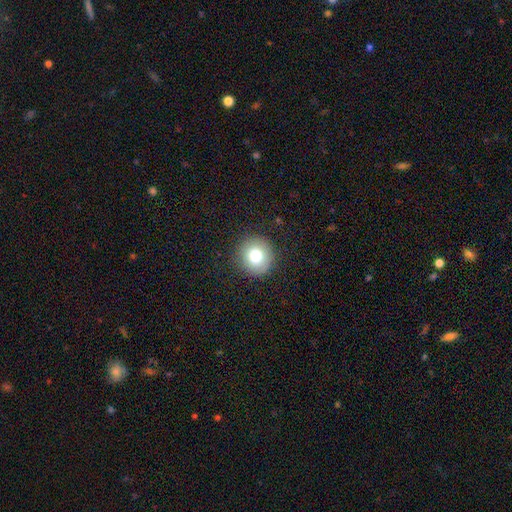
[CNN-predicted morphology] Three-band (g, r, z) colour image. It shows a smooth galaxy with no disk features (78%) that is round (93%). Merging: none (89%).